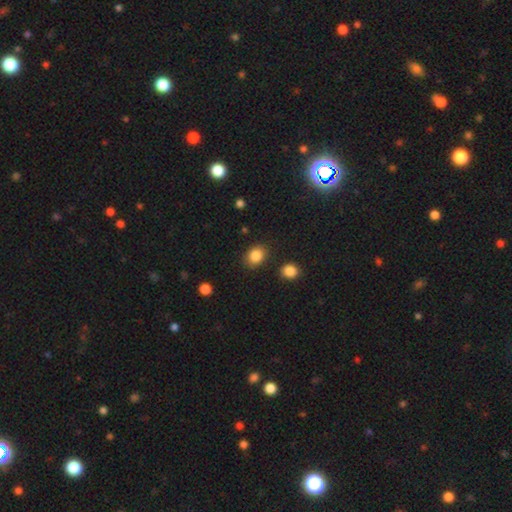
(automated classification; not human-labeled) Smooth or featured? smooth (86%)
How rounded? round (52%)
Merging? none (84%)